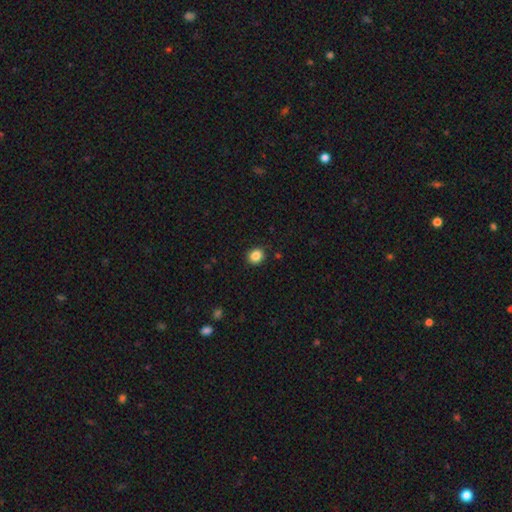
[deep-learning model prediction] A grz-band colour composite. It shows a smooth galaxy with no disk features (86%) that is round (78%). Merging: none (90%).